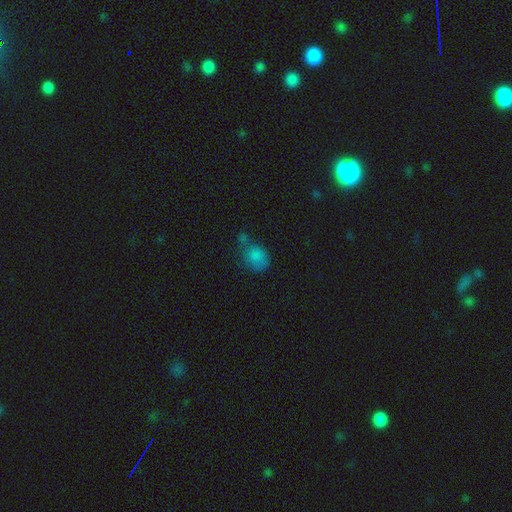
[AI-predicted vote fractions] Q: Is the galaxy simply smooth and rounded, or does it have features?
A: smooth — 73%.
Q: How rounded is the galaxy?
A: in between — 55%.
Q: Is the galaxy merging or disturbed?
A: none — 44%.